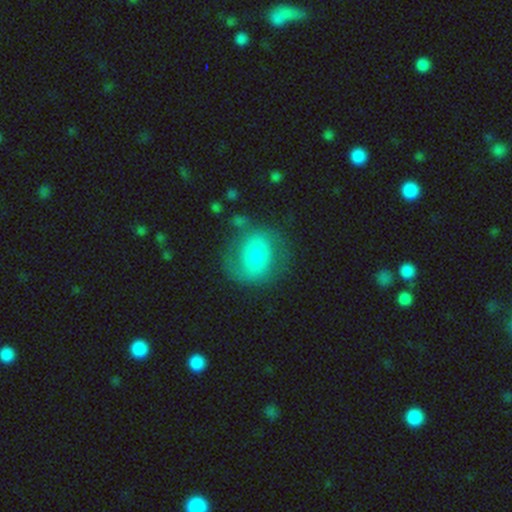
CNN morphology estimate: A smooth galaxy with no disk features (47%).

Vote fractions:
- Smooth or featured? smooth: 47% / featured or disk: 46% / star or artifact: 7%
- Merging? none: 66% / minor disturbance: 19% / major disturbance: 12% / merger: 3%